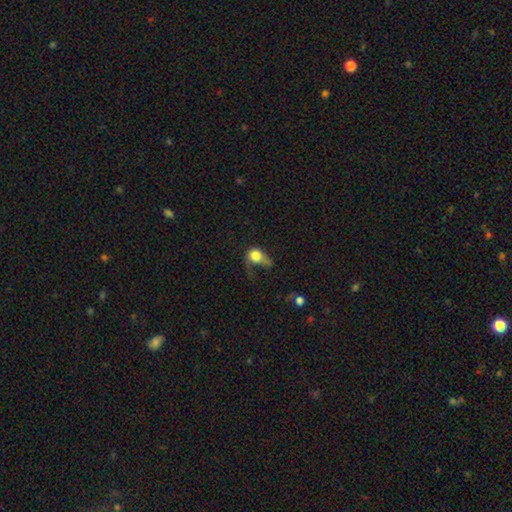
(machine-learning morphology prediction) Smooth or featured? Predicted: smooth (p=0.73). How rounded? Predicted: round (p=0.60). Merging? Predicted: major disturbance (p=0.50).